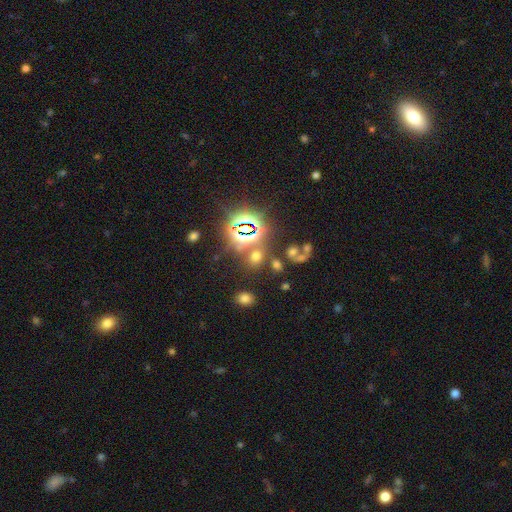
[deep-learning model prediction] The model was most divided on "smooth or featured": smooth: 47%, star or artifact: 45%, featured or disk: 9%. More confident: merging — none (71%).